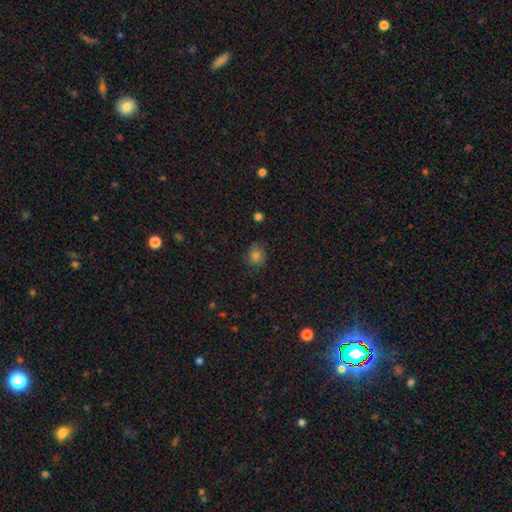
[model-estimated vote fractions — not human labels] This appears to be a smooth galaxy with no disk features (79%) that is round (76%). Merging: none (81%).